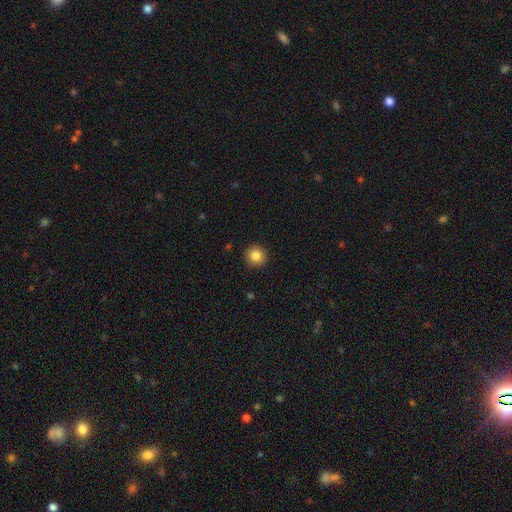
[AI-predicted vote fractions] Q: Smooth or featured?
A: smooth (85%); runner-up: star or artifact (10%)
Q: How rounded?
A: round (94%); runner-up: in between (5%)
Q: Merging?
A: none (92%); runner-up: minor disturbance (5%)